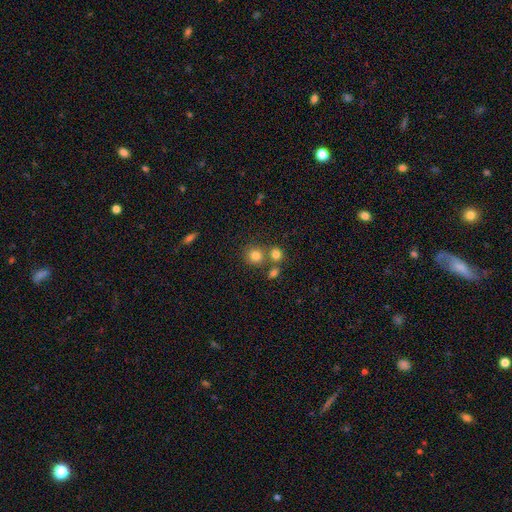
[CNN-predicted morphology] smooth-or-featured: smooth: 79% | star or artifact: 13% | featured or disk: 8%
  how-rounded: round: 85% | in between: 14% | cigar-shaped: 1%
  merging: none: 64% | merger: 24% | minor disturbance: 9% | major disturbance: 4%